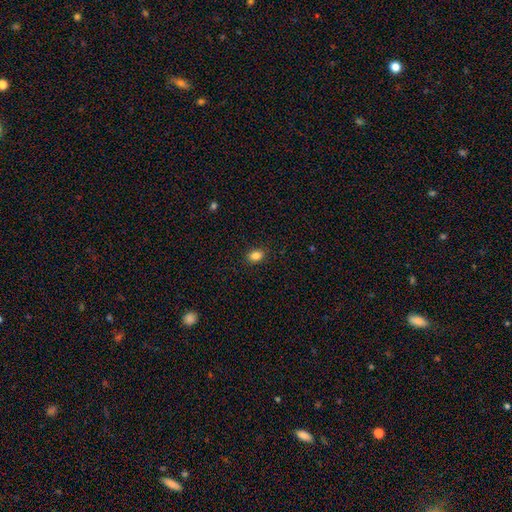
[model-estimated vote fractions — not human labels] smooth_or_featured: smooth (p=0.85) [alt: star or artifact p=0.10]
how_rounded: in between (p=0.72) [alt: round p=0.27]
merging: none (p=0.89) [alt: minor disturbance p=0.08]